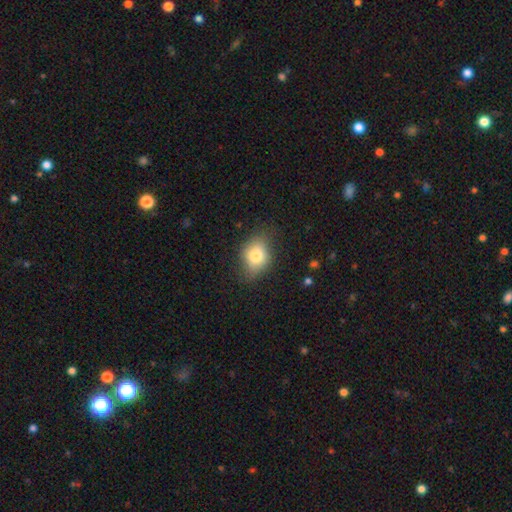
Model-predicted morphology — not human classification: Q: Smooth or featured?
A: smooth (76%); runner-up: featured or disk (15%)
Q: How rounded?
A: in between (61%); runner-up: round (38%)
Q: Merging?
A: none (68%); runner-up: minor disturbance (24%)